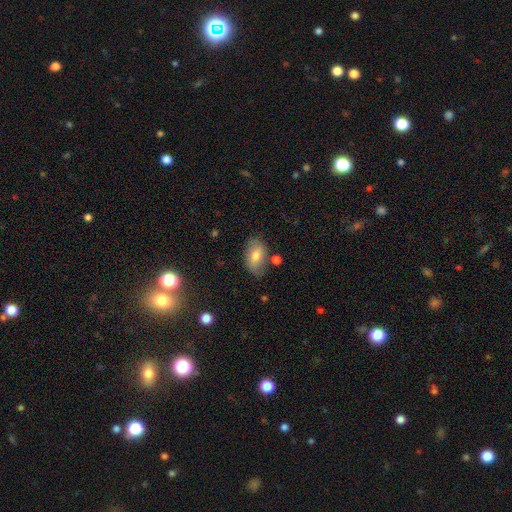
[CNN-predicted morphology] The model was most divided on "smooth or featured": smooth: 68%, featured or disk: 23%, star or artifact: 8%. More confident: how rounded — in between (88%); merging — none (71%).